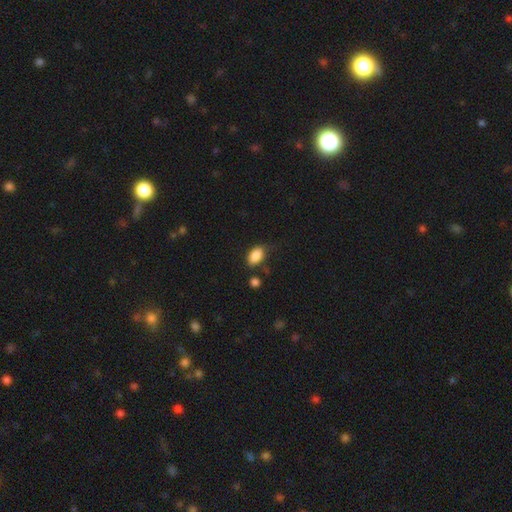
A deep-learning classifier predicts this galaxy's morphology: A smooth galaxy with no disk features (87%) that is in between round and cigar-shaped (90%).

Vote fractions:
- Smooth or featured? smooth: 87% / star or artifact: 8% / featured or disk: 5%
- How rounded? in between: 90% / round: 7% / cigar-shaped: 2%
- Merging? none: 67% / minor disturbance: 22% / major disturbance: 6% / merger: 5%